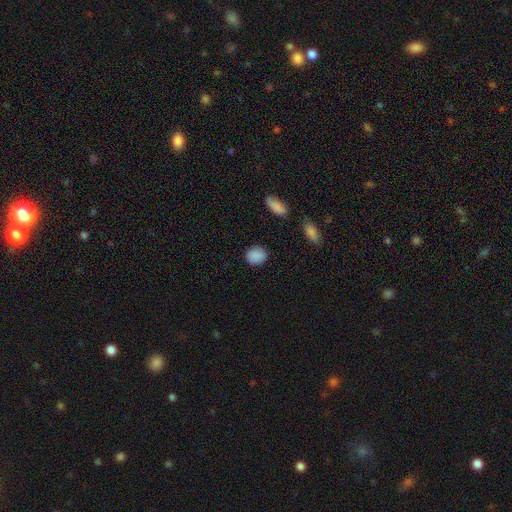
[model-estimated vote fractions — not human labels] Smooth or featured: smooth — 88% (star or artifact — 8%)
How rounded: round — 63% (in between — 36%)
Merging: none — 87% (minor disturbance — 9%)